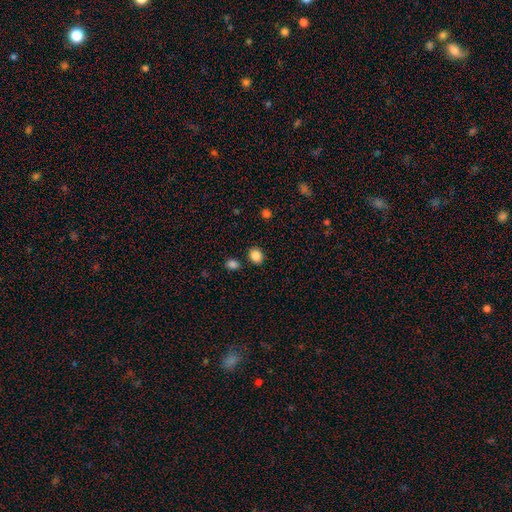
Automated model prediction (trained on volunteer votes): Smooth or featured? Predicted: smooth (p=0.86). How rounded? Predicted: round (p=0.58). Merging? Predicted: none (p=0.85).